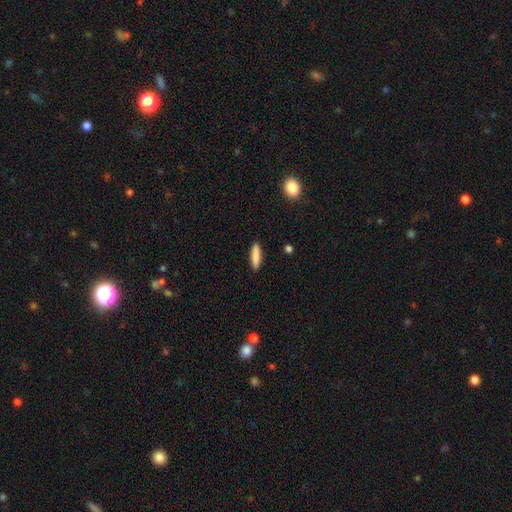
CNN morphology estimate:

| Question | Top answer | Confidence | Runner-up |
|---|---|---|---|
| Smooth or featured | smooth | 87% | featured or disk (7%) |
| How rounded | cigar-shaped | 73% | in between (25%) |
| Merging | none | 90% | minor disturbance (7%) |